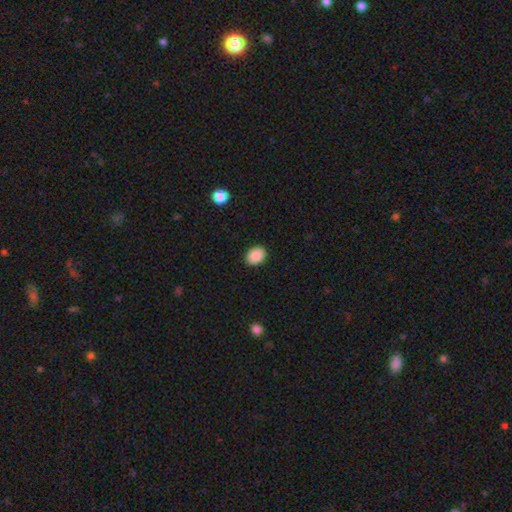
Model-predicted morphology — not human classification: type=smooth (90%); roundness=in between (59%); merging=none (91%).